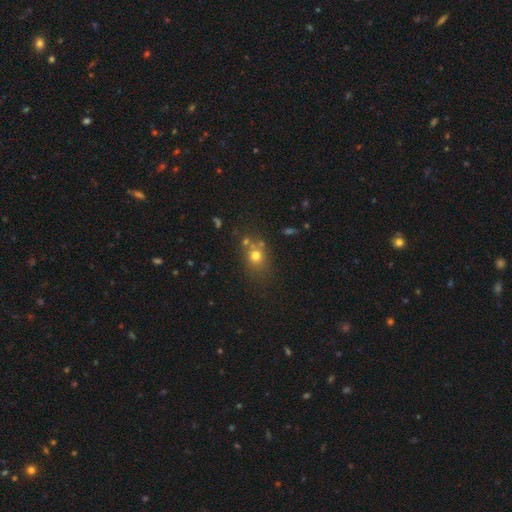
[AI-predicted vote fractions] A smooth galaxy with no disk features (69%) that is round (64%). Merging: none (63%).